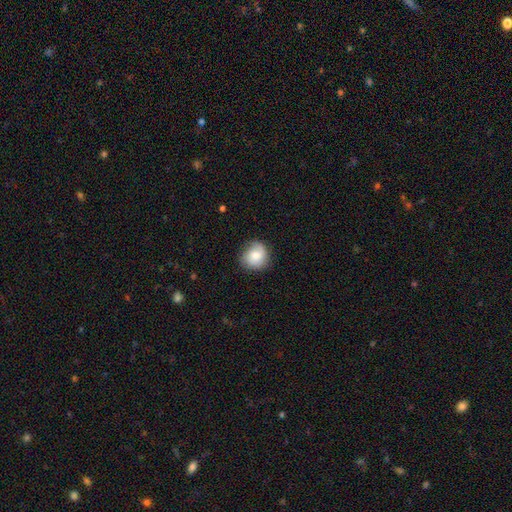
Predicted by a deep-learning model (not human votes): smooth-or-featured: smooth: 65% | featured or disk: 27% | star or artifact: 8%
  how-rounded: round: 82% | in between: 17% | cigar-shaped: 1%
  merging: none: 74% | minor disturbance: 19% | major disturbance: 6% | merger: 1%